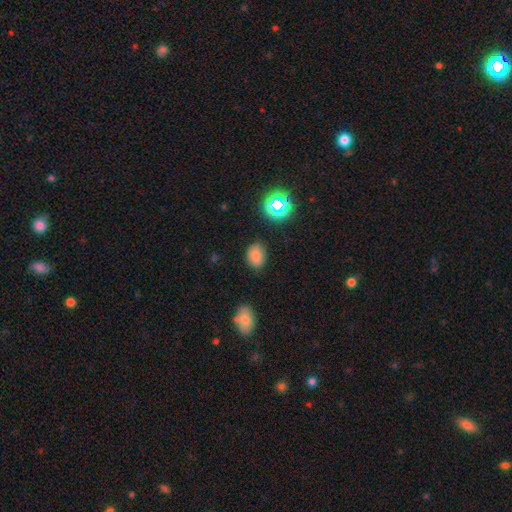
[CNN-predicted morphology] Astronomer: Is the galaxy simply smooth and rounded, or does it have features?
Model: smooth — 78%.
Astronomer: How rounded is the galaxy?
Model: in between — 70%.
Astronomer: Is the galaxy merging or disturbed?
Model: none — 78%.